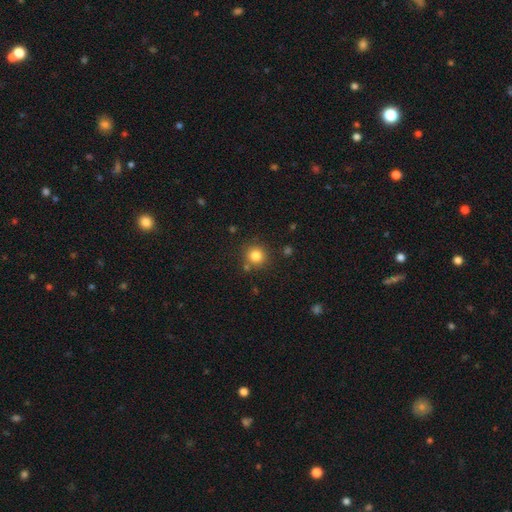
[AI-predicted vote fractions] smooth_or_featured: smooth (p=0.81) [alt: star or artifact p=0.12]
how_rounded: round (p=0.92) [alt: in between p=0.07]
merging: none (p=0.82) [alt: minor disturbance p=0.09]